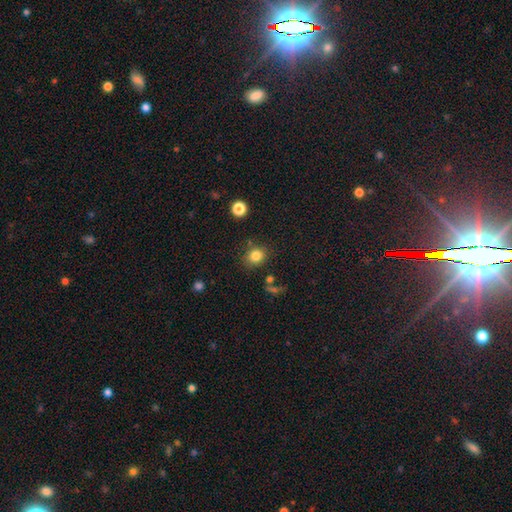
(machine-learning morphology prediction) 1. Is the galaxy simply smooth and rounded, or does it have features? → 83% smooth, 12% star or artifact, 6% featured or disk.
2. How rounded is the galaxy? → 75% round, 24% in between, 1% cigar-shaped.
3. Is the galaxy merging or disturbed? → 79% none, 12% minor disturbance, 5% merger, 4% major disturbance.